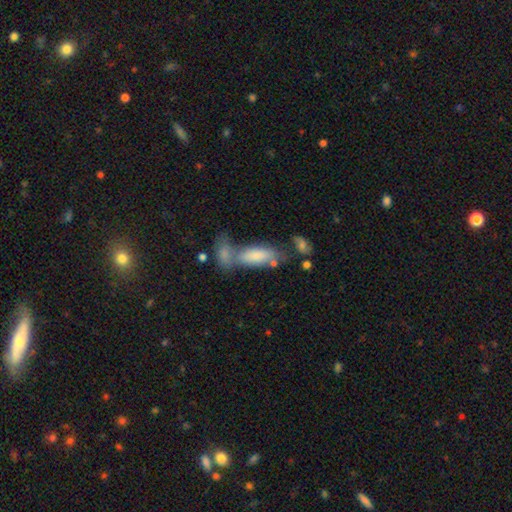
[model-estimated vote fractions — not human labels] smooth_or_featured: smooth (p=0.76) [alt: featured or disk p=0.17]
how_rounded: in between (p=0.72) [alt: cigar-shaped p=0.25]
merging: merger (p=0.41) [alt: none p=0.38]